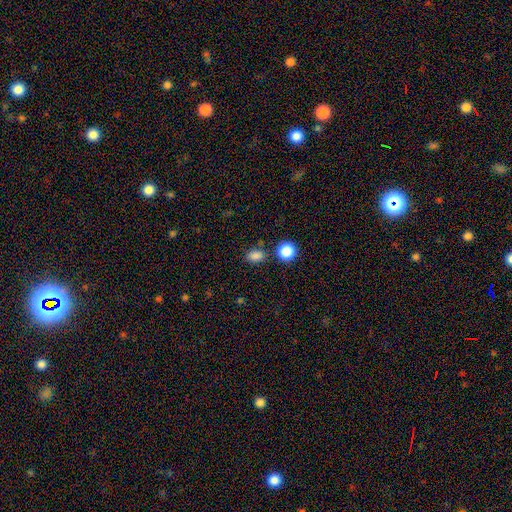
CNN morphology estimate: A smooth galaxy with no disk features (83%) that is in between round and cigar-shaped (65%). Merging: none (77%).